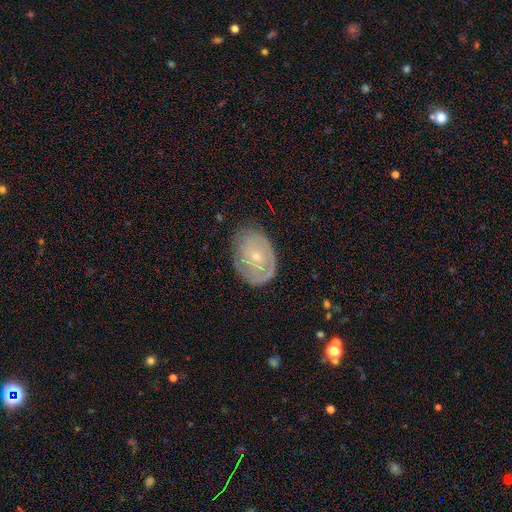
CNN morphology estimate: type=featured or disk (65%); edge-on=no (96%); bar=no (82%); spiral arms=yes (70%); bulge=small (75%); merging=none (70%).